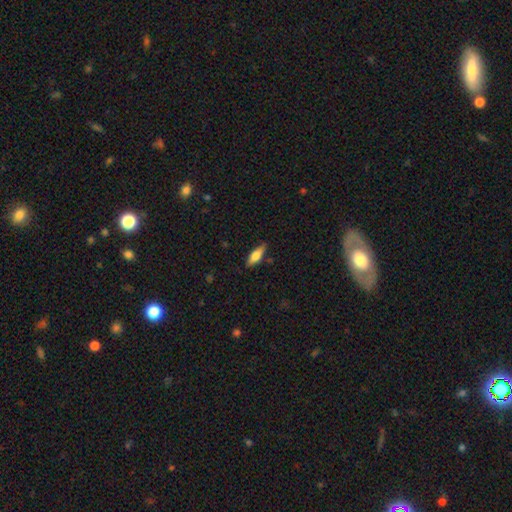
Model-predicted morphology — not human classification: Smooth or featured?
  - smooth: 67% *
  - featured or disk: 26%
  - star or artifact: 6%
How rounded?
  - in between: 58% *
  - cigar-shaped: 40%
  - round: 2%
Merging?
  - none: 82% *
  - minor disturbance: 14%
  - major disturbance: 3%
  - merger: 2%